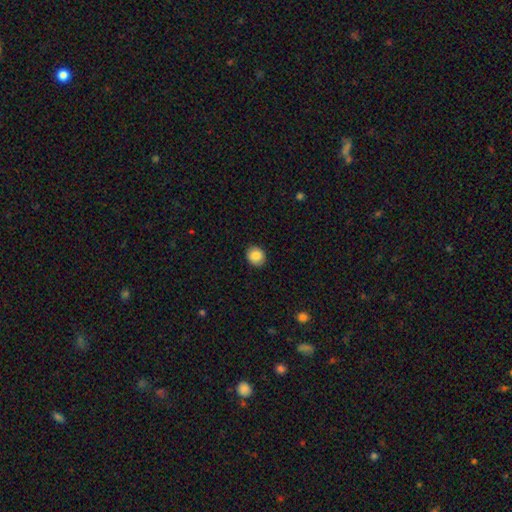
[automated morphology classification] A smooth galaxy with no disk features (87%) that is round (70%). Merging: none (90%).